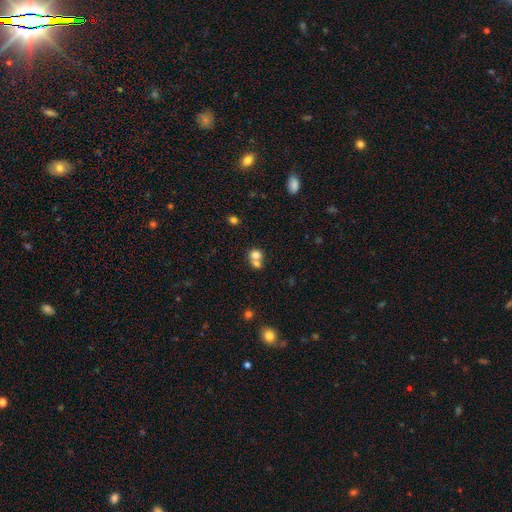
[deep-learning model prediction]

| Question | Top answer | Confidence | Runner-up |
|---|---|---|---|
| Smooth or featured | smooth | 74% | featured or disk (15%) |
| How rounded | round | 68% | in between (31%) |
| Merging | merger | 61% | none (29%) |